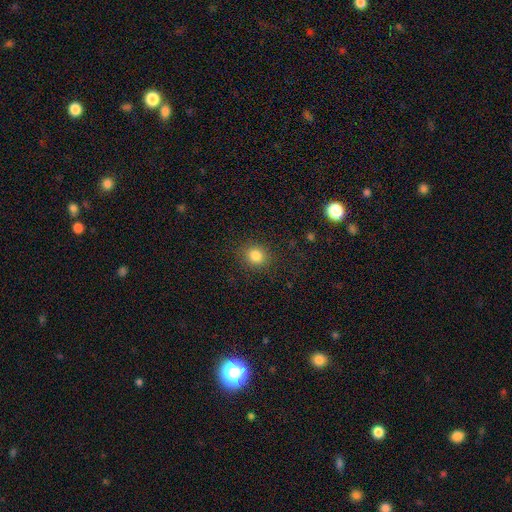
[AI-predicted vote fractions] Smooth or featured?
  - smooth: 83% *
  - star or artifact: 11%
  - featured or disk: 5%
How rounded?
  - round: 80% *
  - in between: 19%
  - cigar-shaped: 1%
Merging?
  - none: 88% *
  - minor disturbance: 8%
  - major disturbance: 3%
  - merger: 1%